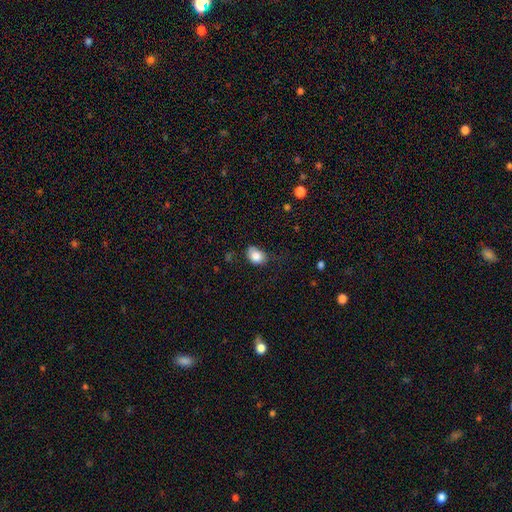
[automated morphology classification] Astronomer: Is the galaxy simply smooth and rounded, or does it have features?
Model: smooth — 82%.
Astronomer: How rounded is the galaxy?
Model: in between — 62% (runner-up: round, 37%).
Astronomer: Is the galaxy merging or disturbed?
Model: none — 51% (runner-up: minor disturbance, 34%).